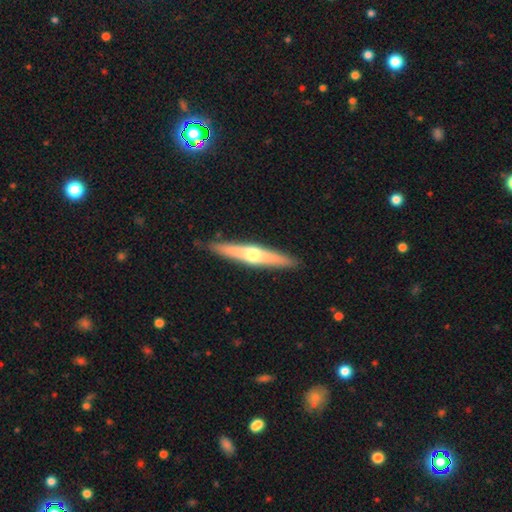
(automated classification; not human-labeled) featured or disk 64%, smooth 31%, star or artifact 5%. Down the decision tree: edge-on disk — yes (96%); edge-on bulge — rounded (92%); merging — none (90%).